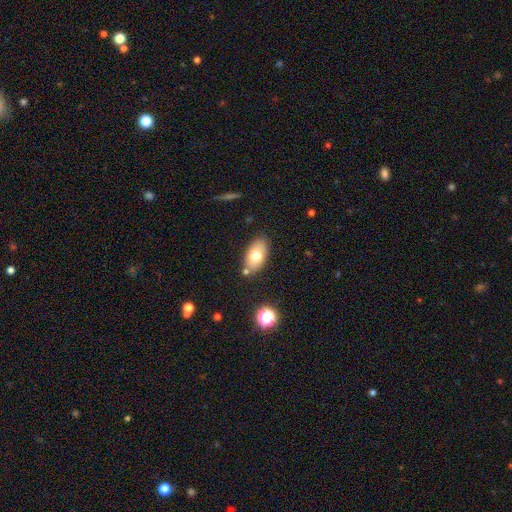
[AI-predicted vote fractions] Smooth or featured? smooth (73%)
How rounded? in between (91%)
Merging? none (77%)